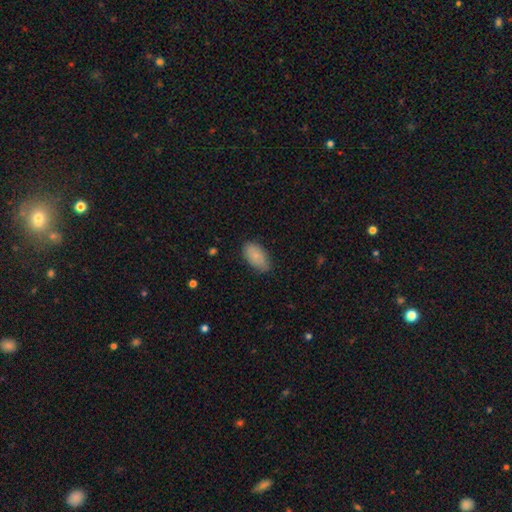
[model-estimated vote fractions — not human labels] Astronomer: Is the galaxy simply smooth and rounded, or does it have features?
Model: smooth — 84%.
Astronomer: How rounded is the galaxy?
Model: in between — 94%.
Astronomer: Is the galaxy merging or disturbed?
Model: none — 74%.